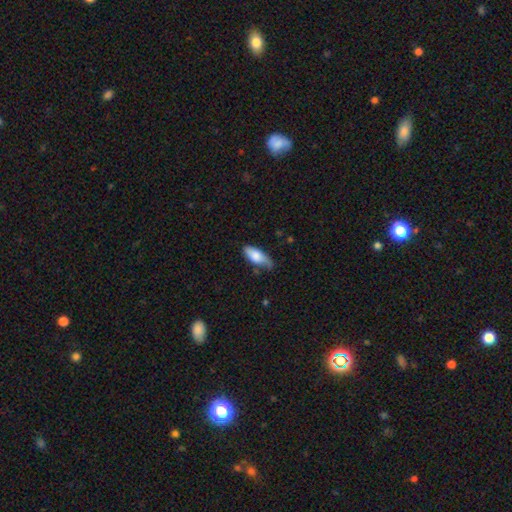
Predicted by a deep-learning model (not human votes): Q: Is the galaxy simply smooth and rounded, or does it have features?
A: smooth — 78%.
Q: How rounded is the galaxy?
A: in between — 80%.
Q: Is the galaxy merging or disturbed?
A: none — 56%.